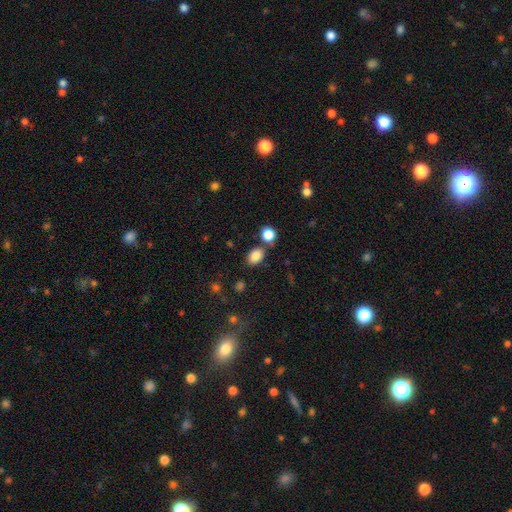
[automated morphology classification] smooth 84%, star or artifact 10%, featured or disk 6%. Down the decision tree: how rounded — in between (78%); merging — none (71%).